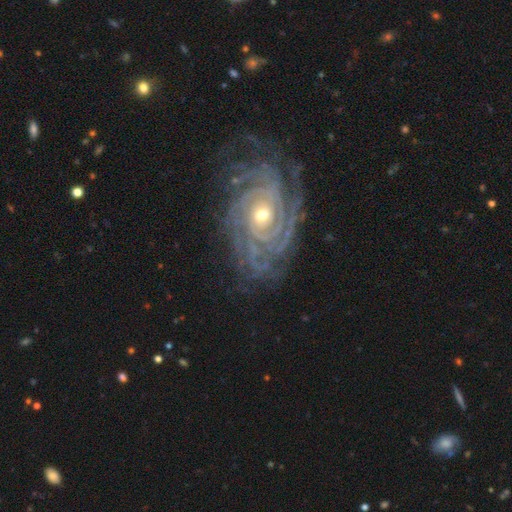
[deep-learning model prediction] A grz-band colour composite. It shows a featured or disk galaxy (91%) with no bar (69%), more than 4 (27%) tight (83%) spiral arms (98%) and a moderate central bulge (50%). Merging: none (75%).